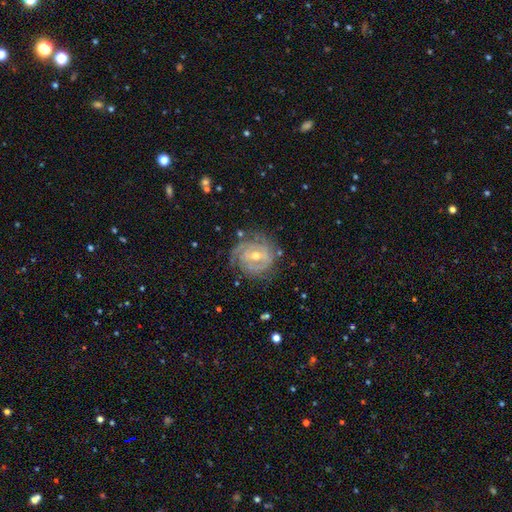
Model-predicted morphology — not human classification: type=featured or disk (85%); edge-on=no (97%); bar=weak (49%); spiral arms=yes (94%); winding=tight (74%); arm count=can't tell (31%); bulge=moderate (56%); merging=none (73%).